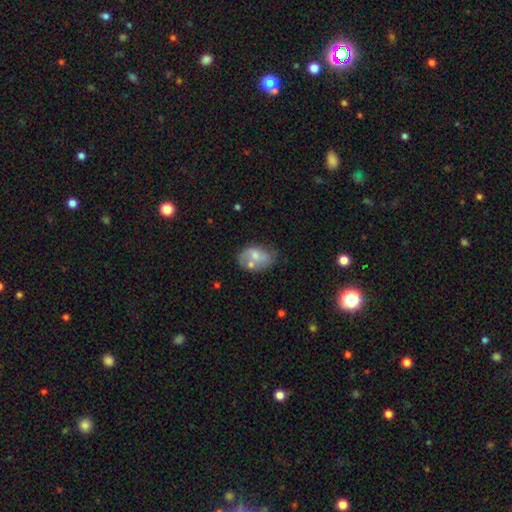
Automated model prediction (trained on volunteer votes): The model was most divided on "merging": none: 38%, minor disturbance: 26%, merger: 22%, major disturbance: 14%. More confident: how rounded — in between (81%); smooth or featured — smooth (53%).